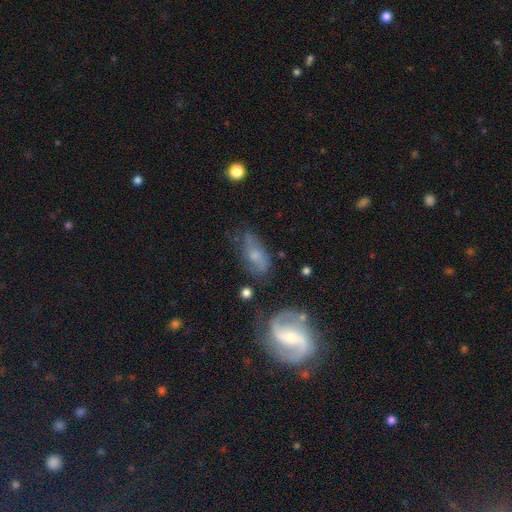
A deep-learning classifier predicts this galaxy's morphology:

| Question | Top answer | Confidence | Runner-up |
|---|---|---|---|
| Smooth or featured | featured or disk | 55% | smooth (34%) |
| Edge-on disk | no | 88% | yes (12%) |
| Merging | none | 52% | minor disturbance (27%) |